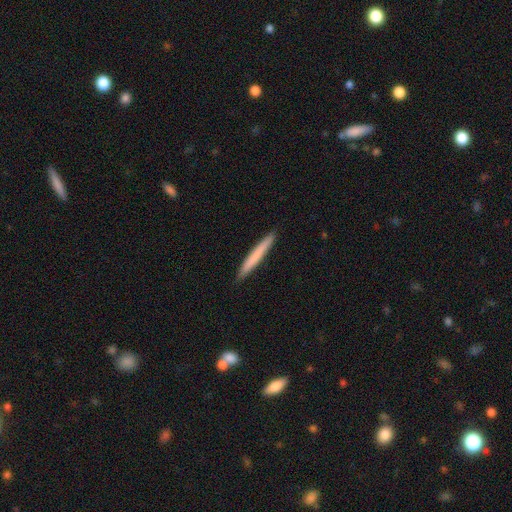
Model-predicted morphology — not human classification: Smooth or featured?
  - smooth: 71% *
  - featured or disk: 23%
  - star or artifact: 5%
How rounded?
  - cigar-shaped: 97% *
  - in between: 2%
  - round: 1%
Merging?
  - none: 91% *
  - minor disturbance: 7%
  - major disturbance: 1%
  - merger: 1%